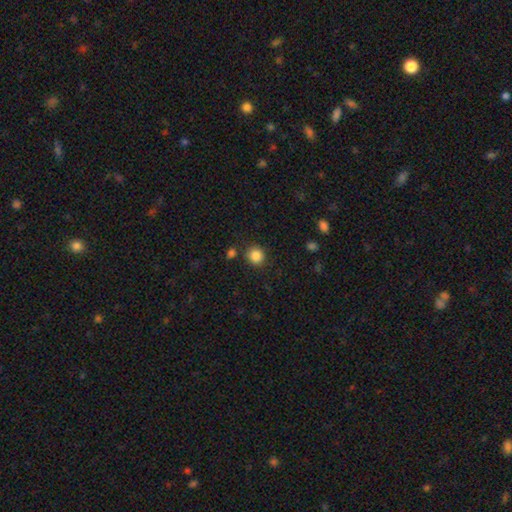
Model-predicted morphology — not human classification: Q: Smooth or featured?
A: smooth (86%); runner-up: star or artifact (10%)
Q: How rounded?
A: round (89%); runner-up: in between (10%)
Q: Merging?
A: none (86%); runner-up: minor disturbance (8%)